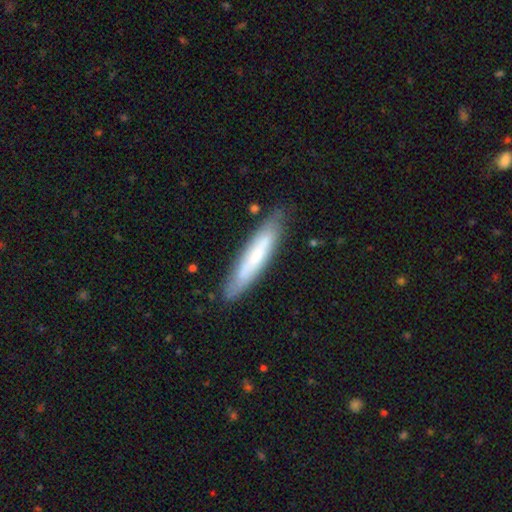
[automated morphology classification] Smooth or featured? Predicted: smooth (p=0.60). How rounded? Predicted: cigar-shaped (p=0.87). Merging? Predicted: none (p=0.81).